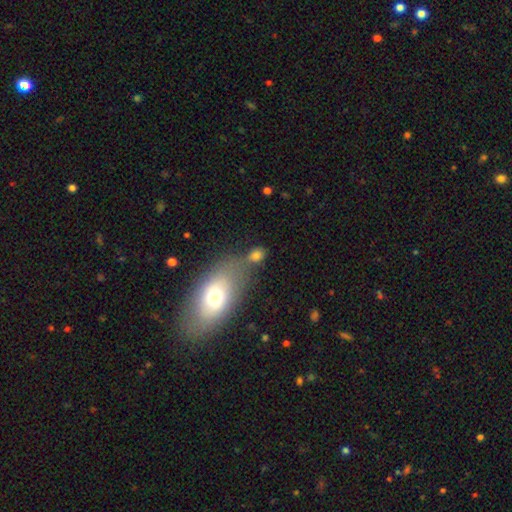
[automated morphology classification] This appears to be a smooth galaxy with no disk features (73%) that is in between round and cigar-shaped (57%). Merging: none (47%).